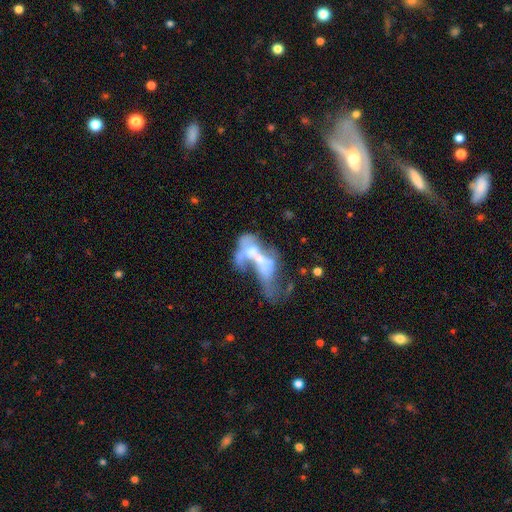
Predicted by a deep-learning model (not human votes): A featured or disk galaxy (63%) with no bar (74%), no spiral arms (68%) and a moderate central bulge (35%).

Vote fractions:
- Smooth or featured? featured or disk: 63% / smooth: 24% / star or artifact: 13%
- Edge-on disk? no: 91% / yes: 9%
- Bar? no: 74% / weak: 18% / strong: 8%
- Spiral arms? no: 68% / yes: 32%
- Bulge size? moderate: 35% / none: 29% / small: 25% / large: 8% / dominant: 2%
- Merging? merger: 65% / major disturbance: 20% / none: 10% / minor disturbance: 6%